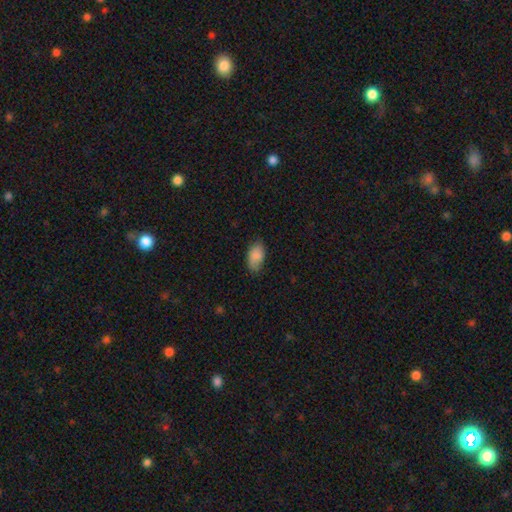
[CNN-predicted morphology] The model was most divided on "merging": none: 75%, minor disturbance: 20%, major disturbance: 4%, merger: 1%. More confident: how rounded — in between (93%); smooth or featured — smooth (86%).